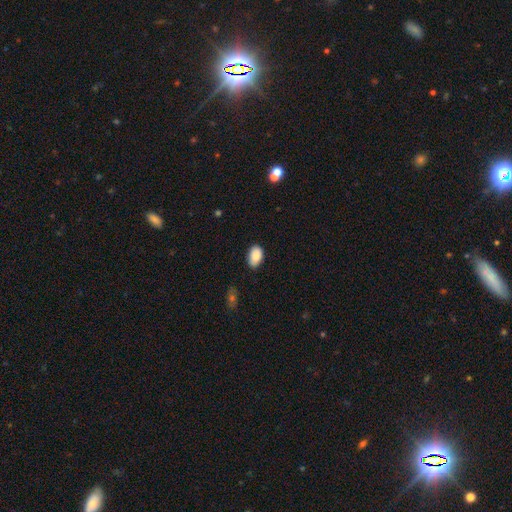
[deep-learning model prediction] smooth_or_featured: smooth (p=0.89) [alt: star or artifact p=0.07]
how_rounded: in between (p=0.92) [alt: round p=0.07]
merging: none (p=0.80) [alt: minor disturbance p=0.16]